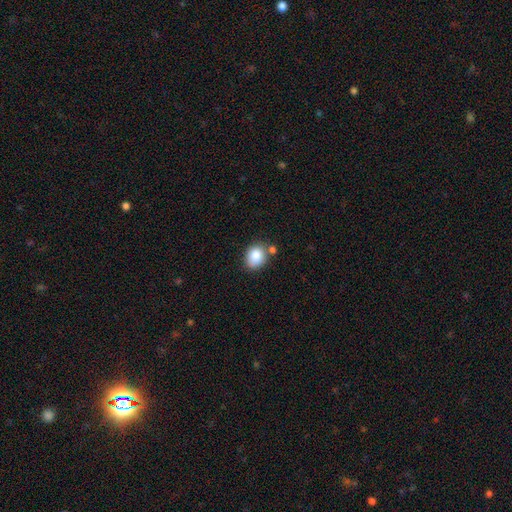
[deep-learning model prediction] Smooth or featured: smooth — 85% (star or artifact — 9%)
How rounded: round — 50% (in between — 49%)
Merging: none — 66% (minor disturbance — 16%)